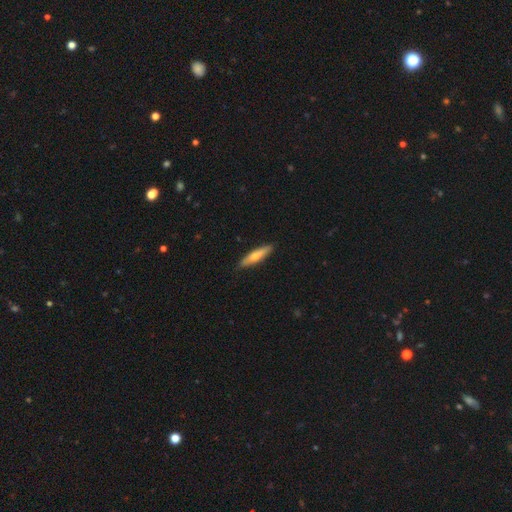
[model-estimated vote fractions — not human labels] This appears to be a smooth galaxy with no disk features (60%) that is cigar-shaped (81%). Merging: none (89%).